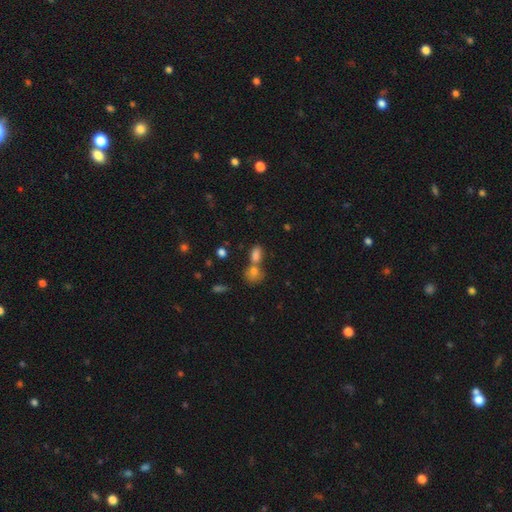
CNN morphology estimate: This appears to be a smooth galaxy with no disk features (80%) that is in between round and cigar-shaped (82%). Merging: merger (44%).